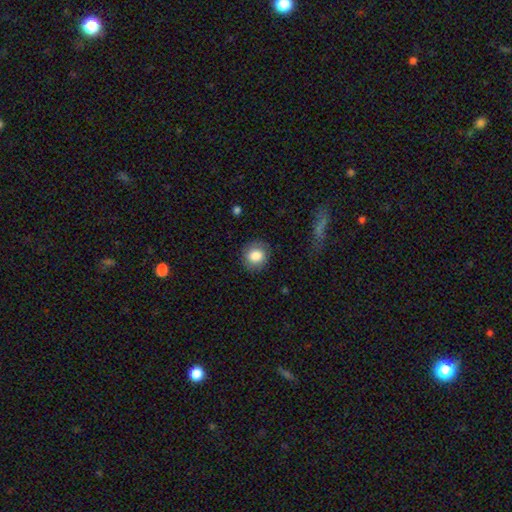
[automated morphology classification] Smooth or featured? Predicted: smooth (p=0.84). How rounded? Predicted: round (p=0.82). Merging? Predicted: none (p=0.85).